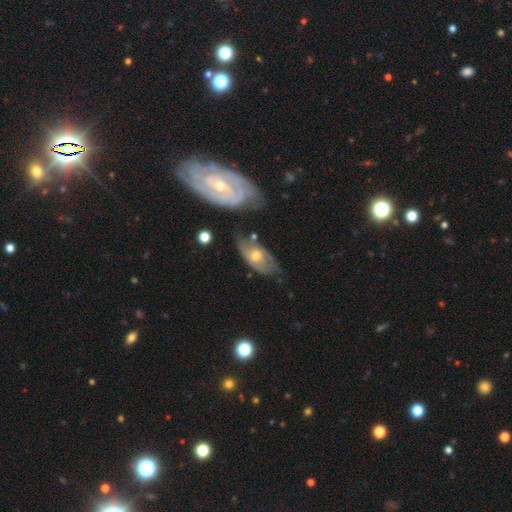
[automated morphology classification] A featured or disk galaxy (60%) with no bar (75%), spiral arms (66%) and a moderate central bulge (57%). Merging: none (51%).